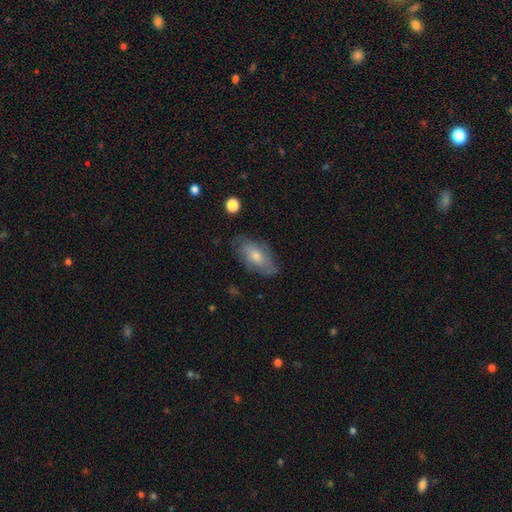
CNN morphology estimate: This appears to be a smooth galaxy with no disk features (50%) that is in between round and cigar-shaped (86%). Merging: none (74%).